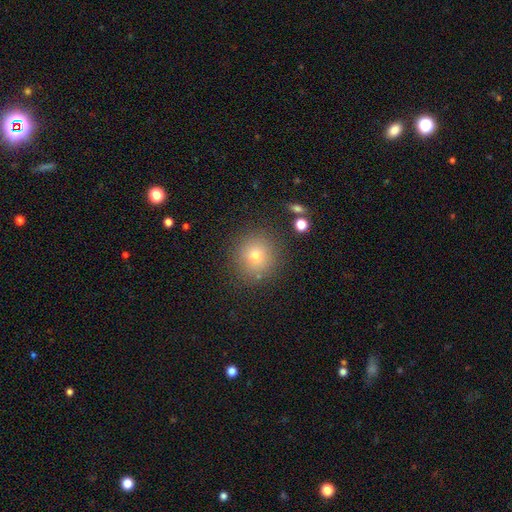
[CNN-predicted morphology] Q: Smooth or featured?
A: smooth (74%); runner-up: star or artifact (16%)
Q: How rounded?
A: round (93%); runner-up: in between (6%)
Q: Merging?
A: none (87%); runner-up: minor disturbance (8%)